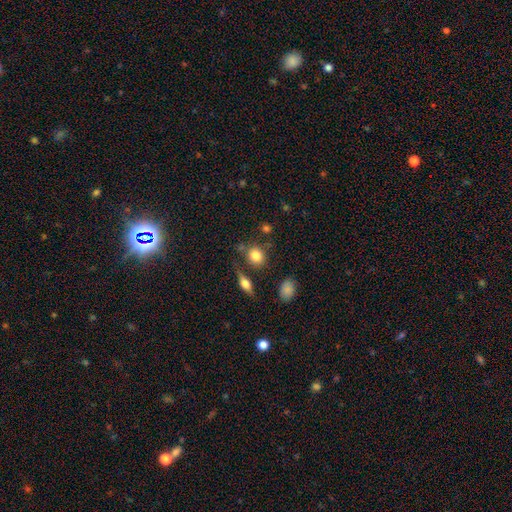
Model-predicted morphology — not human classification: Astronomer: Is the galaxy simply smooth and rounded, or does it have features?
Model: smooth — 81%.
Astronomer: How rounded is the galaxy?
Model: round — 73%.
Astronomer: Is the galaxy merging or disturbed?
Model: none — 71%.